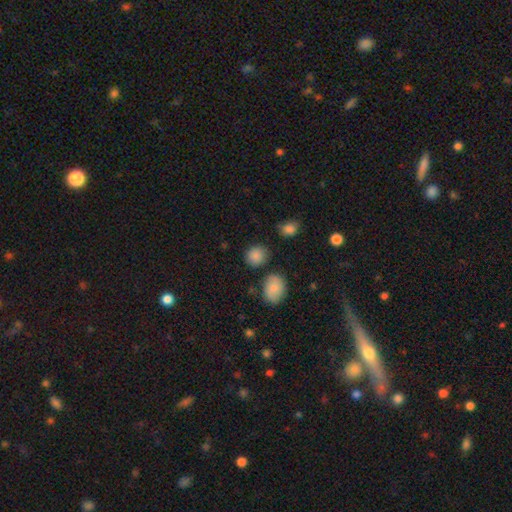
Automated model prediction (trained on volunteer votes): Smooth or featured? Predicted: smooth (p=0.86). How rounded? Predicted: round (p=0.77). Merging? Predicted: none (p=0.80).